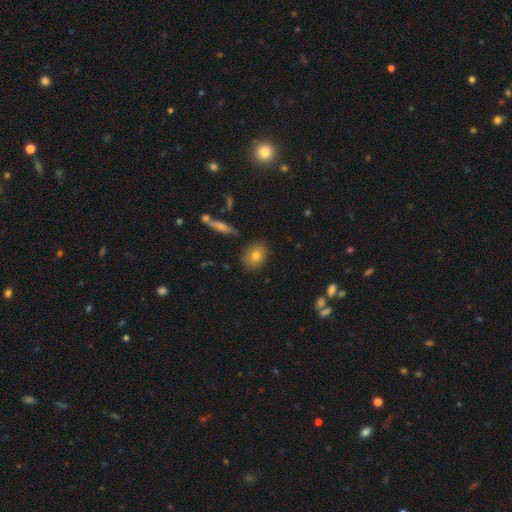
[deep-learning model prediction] Smooth or featured: smooth — 77% (featured or disk — 13%)
How rounded: round — 50% (in between — 48%)
Merging: none — 83% (minor disturbance — 11%)